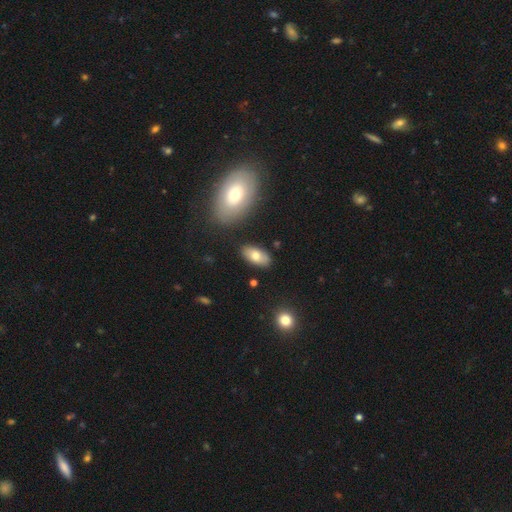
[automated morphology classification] Overall: smooth (73%). How rounded: in between (92%). Merging: none (83%).